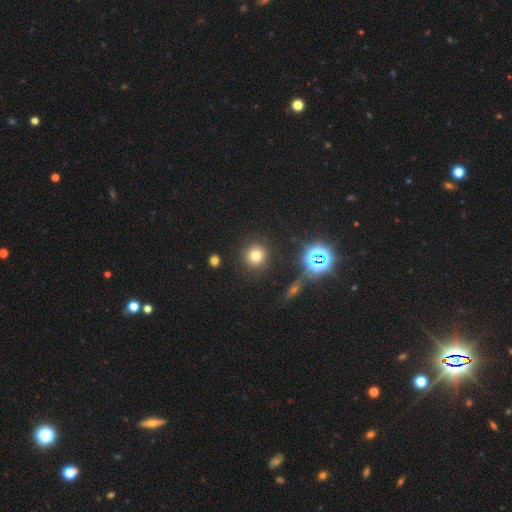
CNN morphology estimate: Smooth or featured? smooth (72%)
How rounded? round (92%)
Merging? none (89%)